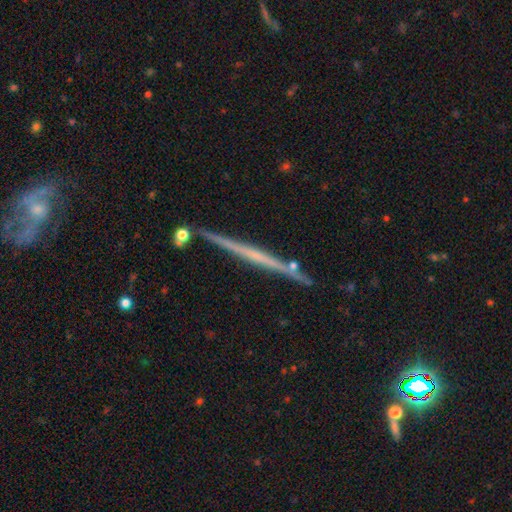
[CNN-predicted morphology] Smooth or featured? featured or disk (66%)
Edge-on disk? yes (98%)
Edge-on bulge? none (82%)
Merging? none (87%)